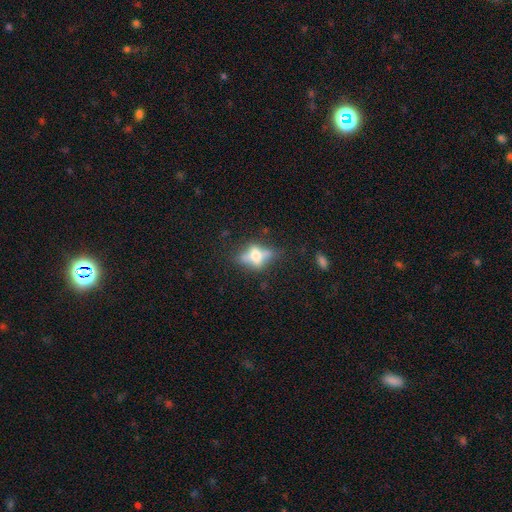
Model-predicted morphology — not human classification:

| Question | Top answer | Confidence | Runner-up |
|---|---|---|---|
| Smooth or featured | featured or disk | 53% | smooth (36%) |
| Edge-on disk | yes | 69% | no (31%) |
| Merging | none | 57% | minor disturbance (21%) |